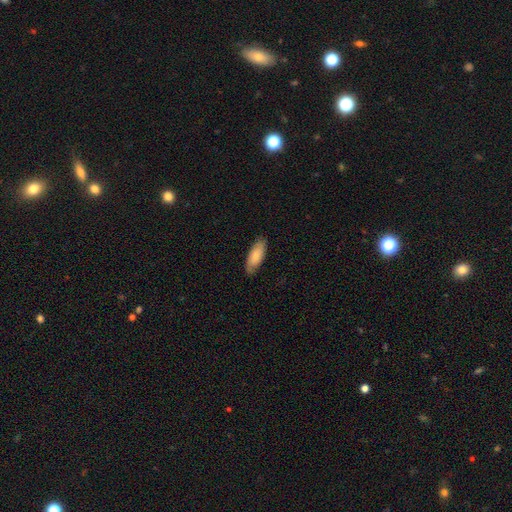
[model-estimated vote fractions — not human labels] Smooth or featured? Predicted: smooth (p=0.77). How rounded? Predicted: in between (p=0.73). Merging? Predicted: none (p=0.81).